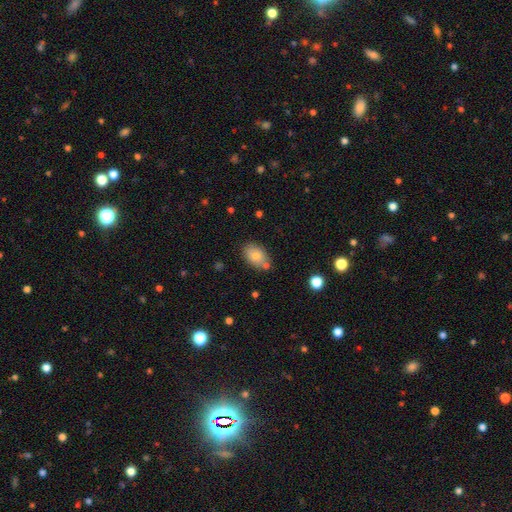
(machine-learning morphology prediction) type=smooth (78%); roundness=in between (88%); merging=none (72%).